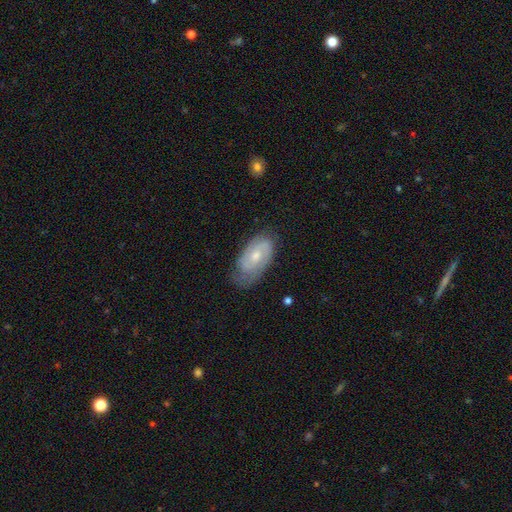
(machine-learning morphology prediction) type=featured or disk (70%); edge-on=no (94%); bar=no (56%); spiral arms=yes (90%); winding=tight (52%); arm count=2 (64%); bulge=moderate (57%); merging=none (65%).